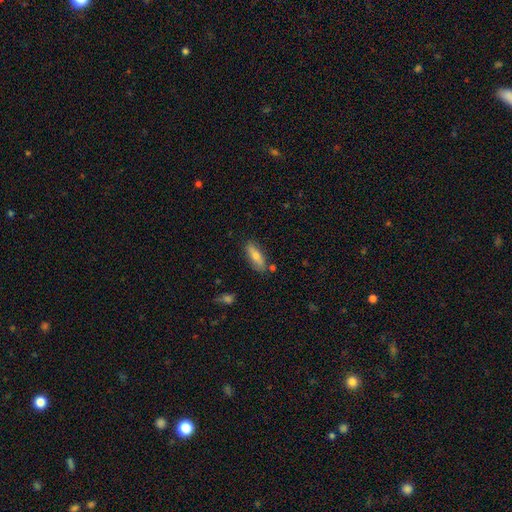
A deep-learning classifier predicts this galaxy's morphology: Smooth or featured: smooth — 70% (featured or disk — 23%)
How rounded: in between — 56% (cigar-shaped — 42%)
Merging: none — 80% (minor disturbance — 14%)